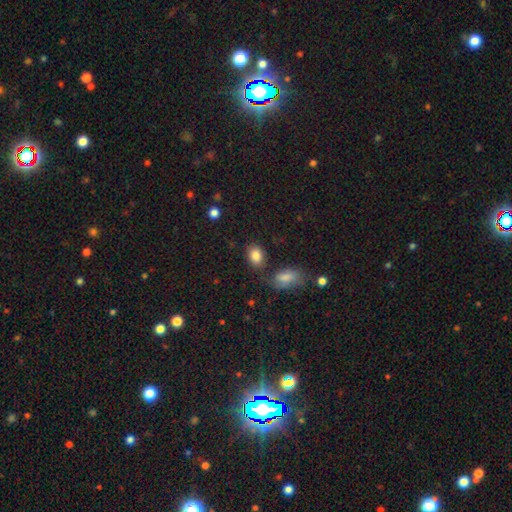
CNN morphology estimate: Smooth or featured?
  - smooth: 85% *
  - star or artifact: 9%
  - featured or disk: 6%
How rounded?
  - in between: 70% *
  - round: 28%
  - cigar-shaped: 2%
Merging?
  - none: 74% *
  - minor disturbance: 13%
  - merger: 9%
  - major disturbance: 4%